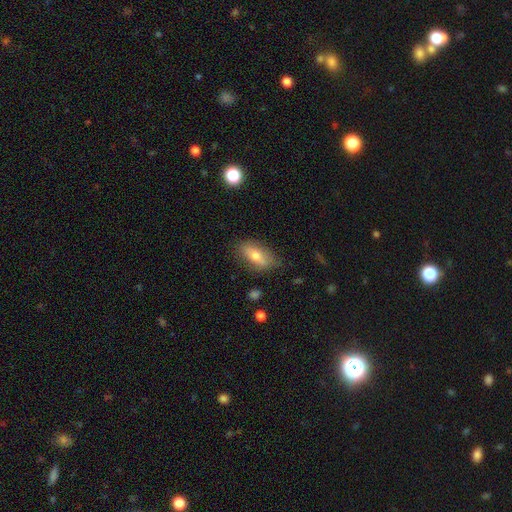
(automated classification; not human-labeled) A smooth galaxy with no disk features (63%) that is in between round and cigar-shaped (81%). Merging: none (75%).